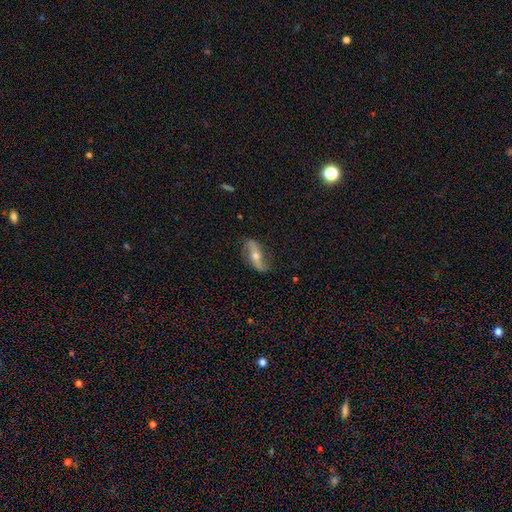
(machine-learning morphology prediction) Smooth or featured? featured or disk (79%)
Edge-on disk? no (89%)
Bar? no (41%)
Spiral arms? yes (91%)
Spiral winding? loose (81%)
Spiral arm count? 2 (93%)
Bulge size? moderate (61%)
Merging? none (79%)